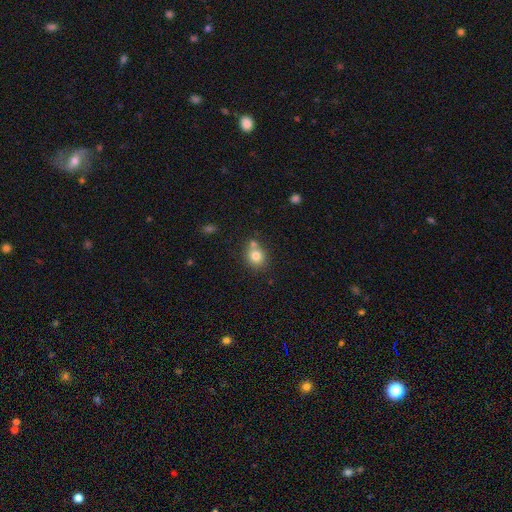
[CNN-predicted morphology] type=smooth (79%); roundness=round (79%); merging=none (60%).